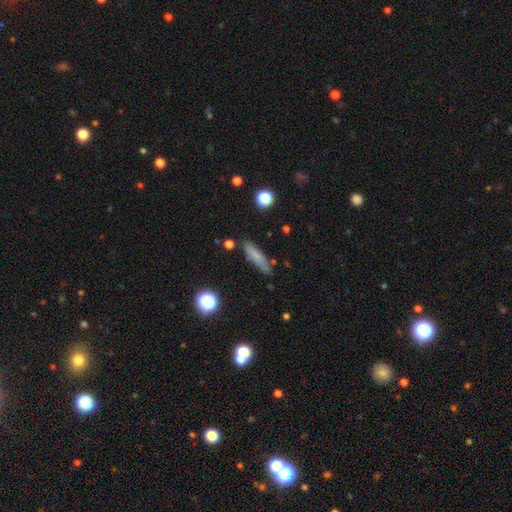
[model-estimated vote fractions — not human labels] Smooth or featured? Predicted: smooth (p=0.73). How rounded? Predicted: cigar-shaped (p=0.77). Merging? Predicted: none (p=0.79).